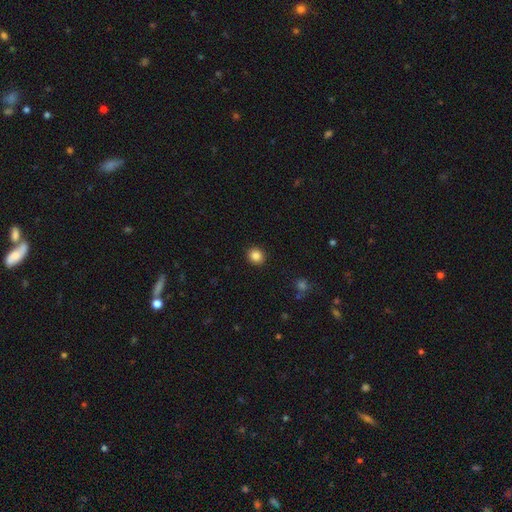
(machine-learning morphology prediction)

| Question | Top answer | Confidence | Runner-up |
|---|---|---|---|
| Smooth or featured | smooth | 86% | star or artifact (10%) |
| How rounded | round | 84% | in between (15%) |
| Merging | none | 92% | minor disturbance (5%) |